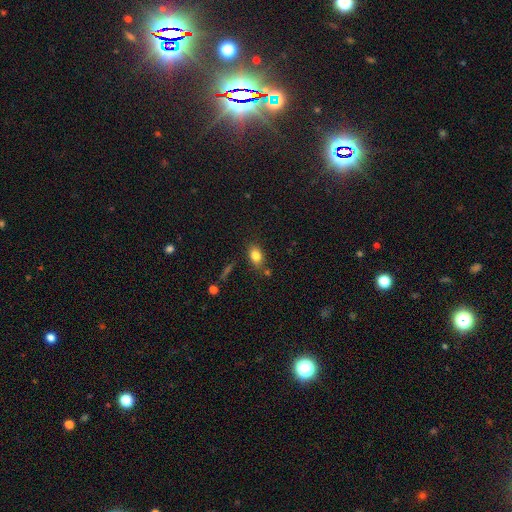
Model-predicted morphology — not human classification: Smooth or featured: smooth — 81% (star or artifact — 10%)
How rounded: in between — 74% (round — 23%)
Merging: none — 72% (minor disturbance — 16%)